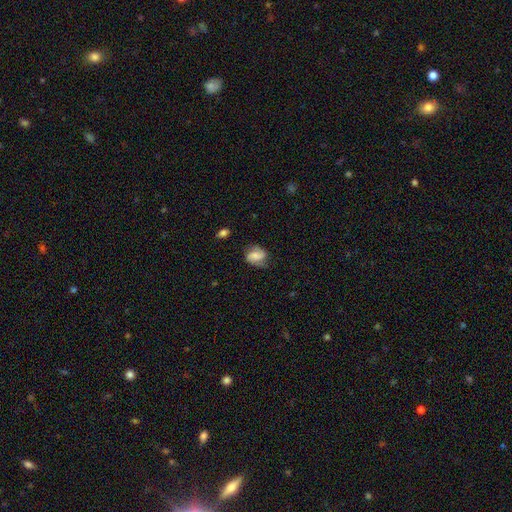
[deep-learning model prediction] smooth_or_featured: featured or disk (p=0.52) [alt: smooth p=0.39]
disk_edge_on: no (p=0.97) [alt: yes p=0.03]
bar: weak (p=0.41) [alt: no p=0.40]
has_spiral_arms: yes (p=0.90) [alt: no p=0.10]
bulge_size: small (p=0.31) [alt: moderate p=0.30]
merging: none (p=0.66) [alt: minor disturbance p=0.23]